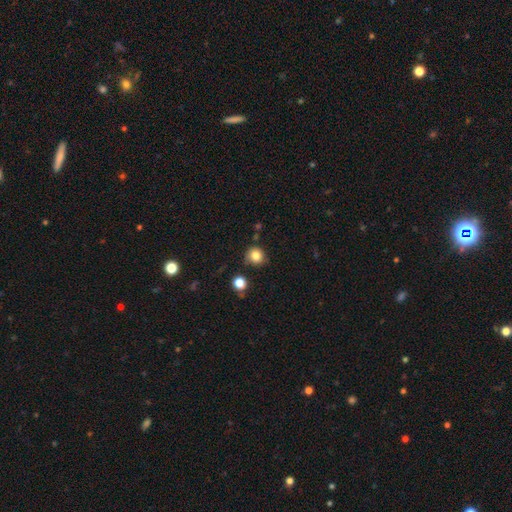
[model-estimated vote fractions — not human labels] A smooth galaxy with no disk features (82%) that is round (89%). Merging: none (77%).